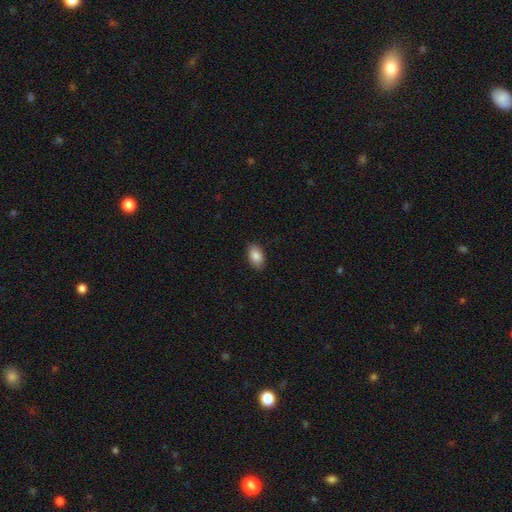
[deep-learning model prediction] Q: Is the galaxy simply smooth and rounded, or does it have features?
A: smooth — 87%.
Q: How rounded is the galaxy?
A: in between — 92%.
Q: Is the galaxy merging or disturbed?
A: none — 88%.